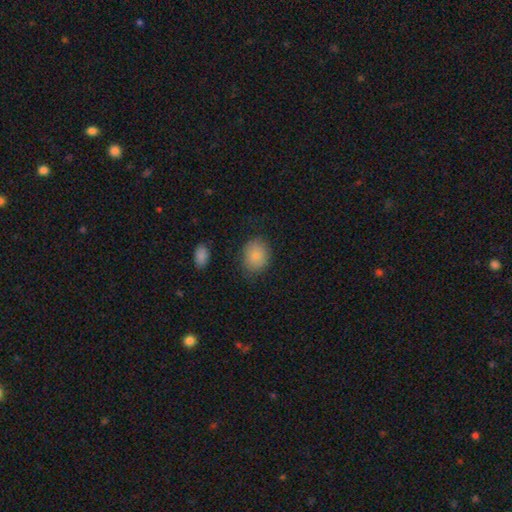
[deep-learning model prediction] A smooth galaxy with no disk features (81%) that is round (62%).

Vote fractions:
- Smooth or featured? smooth: 81% / featured or disk: 11% / star or artifact: 8%
- How rounded? round: 62% / in between: 37% / cigar-shaped: 1%
- Merging? none: 79% / minor disturbance: 15% / major disturbance: 4% / merger: 2%